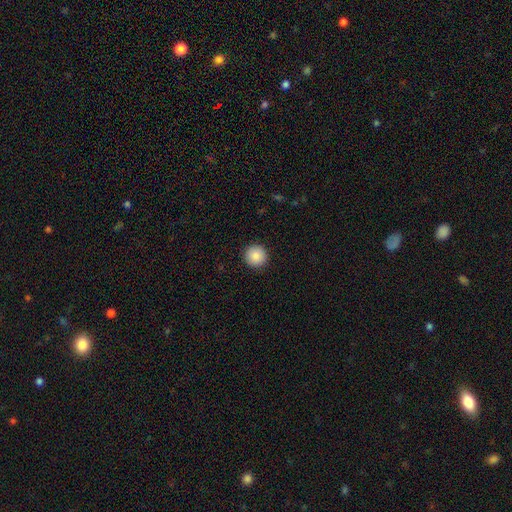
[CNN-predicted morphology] A smooth galaxy with no disk features (87%) that is round (96%).

Vote fractions:
- Smooth or featured? smooth: 87% / star or artifact: 8% / featured or disk: 4%
- How rounded? round: 96% / in between: 3% / cigar-shaped: 1%
- Merging? none: 93% / minor disturbance: 4% / major disturbance: 2% / merger: 1%